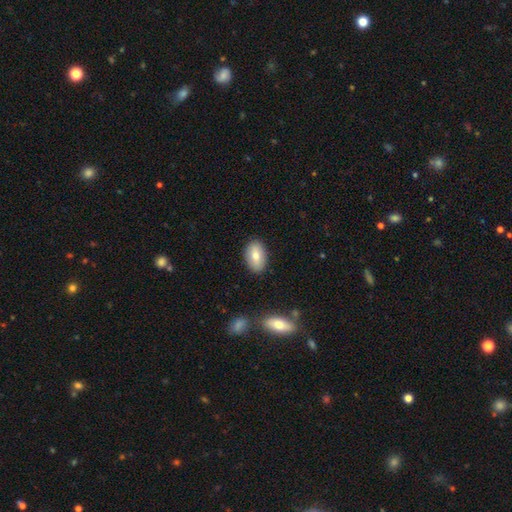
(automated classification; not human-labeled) This appears to be a smooth galaxy with no disk features (77%) that is in between round and cigar-shaped (91%). Merging: none (87%).